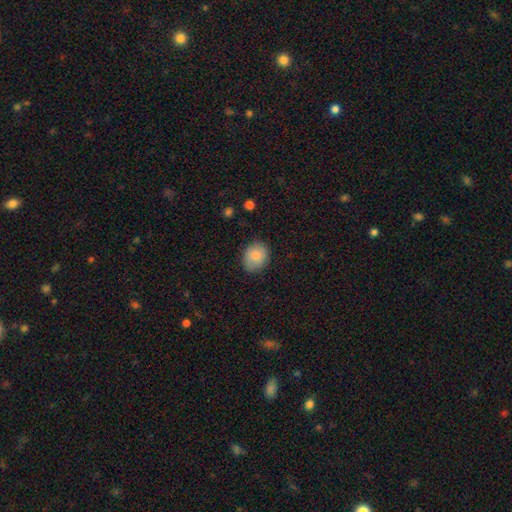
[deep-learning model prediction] The model was most divided on "how rounded": round: 56%, in between: 43%, cigar-shaped: 1%. More confident: merging — none (82%); smooth or featured — smooth (81%).